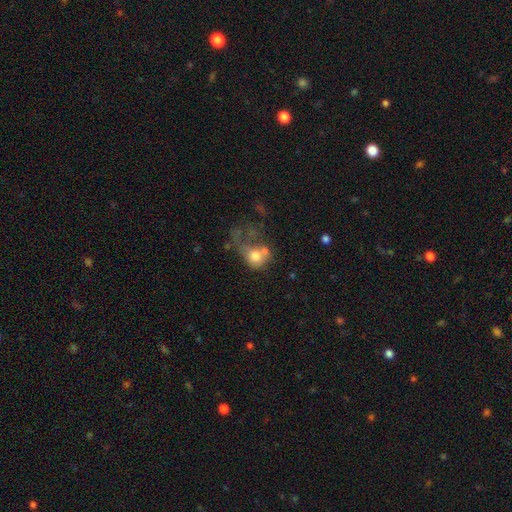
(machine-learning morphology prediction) Overall: smooth (65%). How rounded: round (62%; in between 37%). Merging: major disturbance (42%; merger 29%).